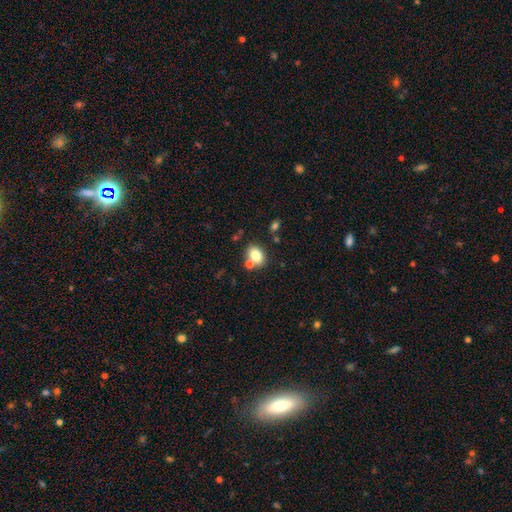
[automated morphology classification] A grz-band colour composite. It shows a smooth galaxy with no disk features (81%) that is in between round and cigar-shaped (72%). Merging: none (63%).